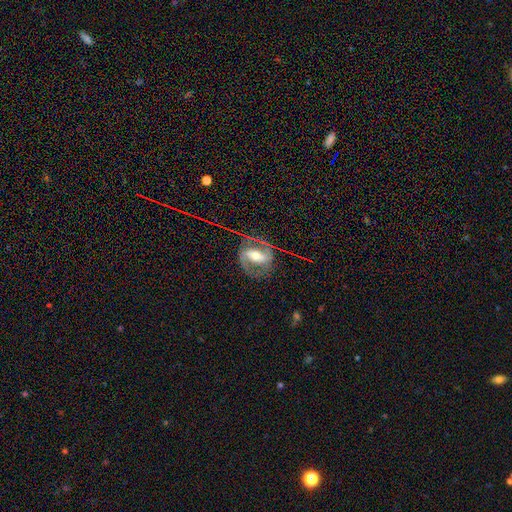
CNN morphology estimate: type=featured or disk (82%); edge-on=no (95%); bar=strong (49%); spiral arms=yes (92%); winding=medium (52%); arm count=2 (88%); bulge=moderate (64%); merging=none (69%).